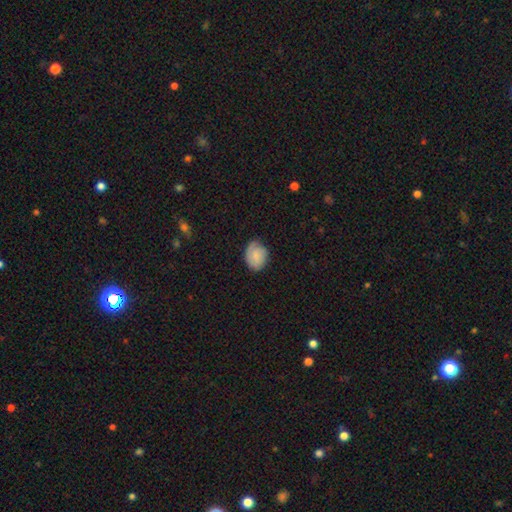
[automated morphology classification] type=smooth (68%); roundness=in between (60%); merging=none (69%).